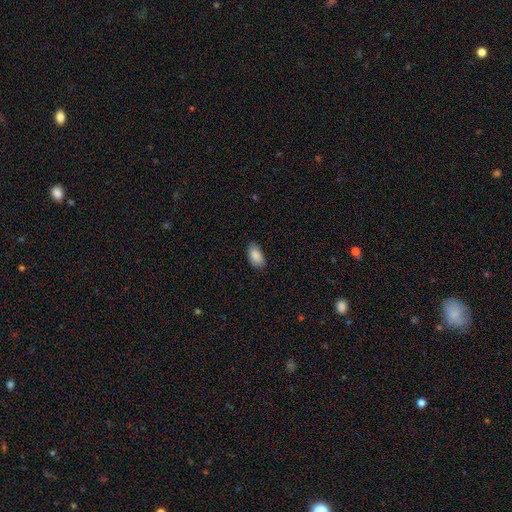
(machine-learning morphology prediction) A smooth galaxy with no disk features (89%) that is in between round and cigar-shaped (94%). Merging: none (83%).